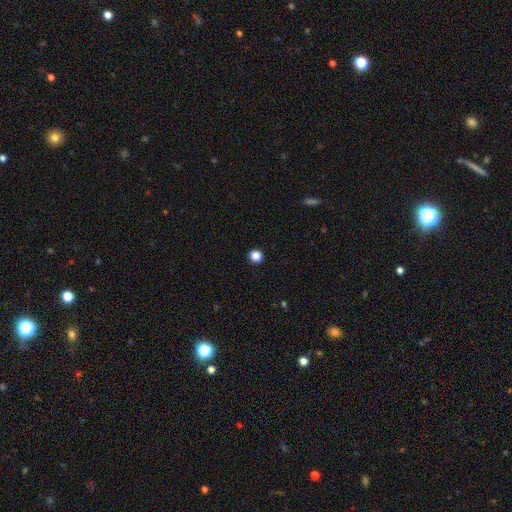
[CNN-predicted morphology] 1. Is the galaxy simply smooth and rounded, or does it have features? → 86% smooth, 12% star or artifact, 3% featured or disk.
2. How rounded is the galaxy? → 91% round, 8% in between, 1% cigar-shaped.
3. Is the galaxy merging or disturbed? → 94% none, 4% minor disturbance, 2% major disturbance, 1% merger.